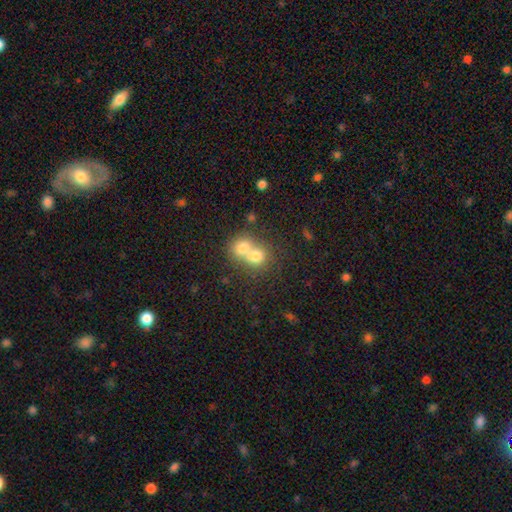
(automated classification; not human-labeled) Smooth or featured: smooth — 72% (featured or disk — 17%)
How rounded: round — 66% (in between — 33%)
Merging: merger — 72% (none — 21%)